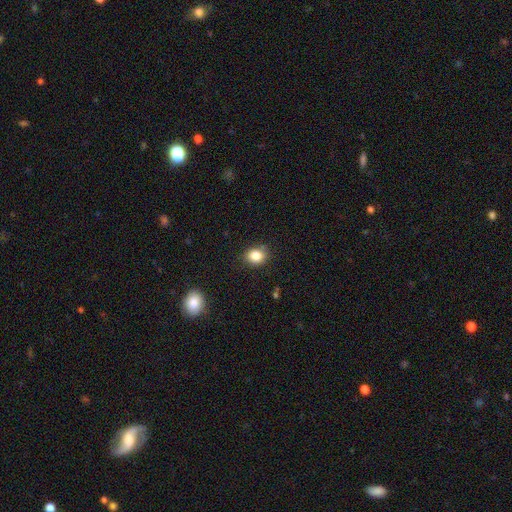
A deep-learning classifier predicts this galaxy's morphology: A smooth galaxy with no disk features (84%) that is round (54%).

Vote fractions:
- Smooth or featured? smooth: 84% / star or artifact: 10% / featured or disk: 6%
- How rounded? round: 54% / in between: 45% / cigar-shaped: 1%
- Merging? none: 83% / minor disturbance: 12% / major disturbance: 3% / merger: 2%